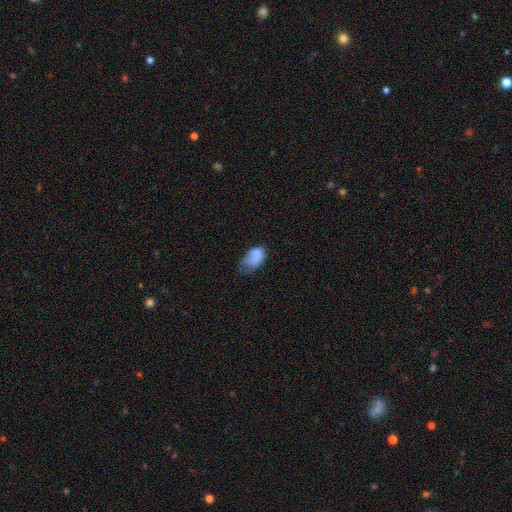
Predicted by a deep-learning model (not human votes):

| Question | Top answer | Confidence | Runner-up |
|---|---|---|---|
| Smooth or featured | smooth | 76% | featured or disk (15%) |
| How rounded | in between | 89% | round (10%) |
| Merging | minor disturbance | 40% | major disturbance (31%) |